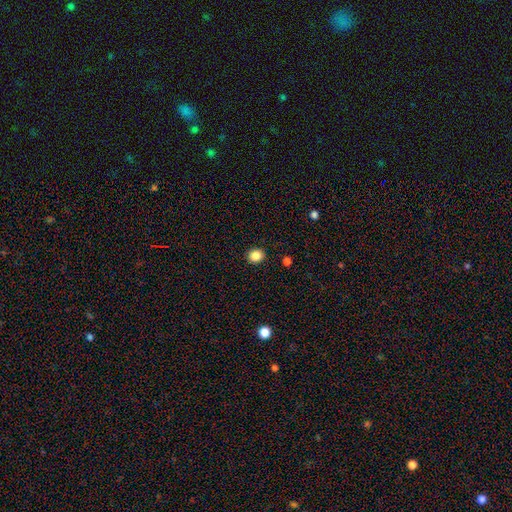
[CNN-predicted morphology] Smooth or featured? smooth (86%)
How rounded? round (75%)
Merging? none (91%)